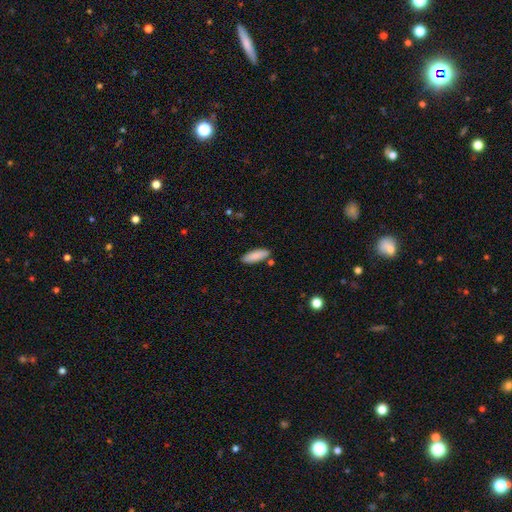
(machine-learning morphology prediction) smooth_or_featured: smooth (p=0.87) [alt: featured or disk p=0.07]
how_rounded: in between (p=0.56) [alt: cigar-shaped p=0.43]
merging: none (p=0.84) [alt: minor disturbance p=0.10]